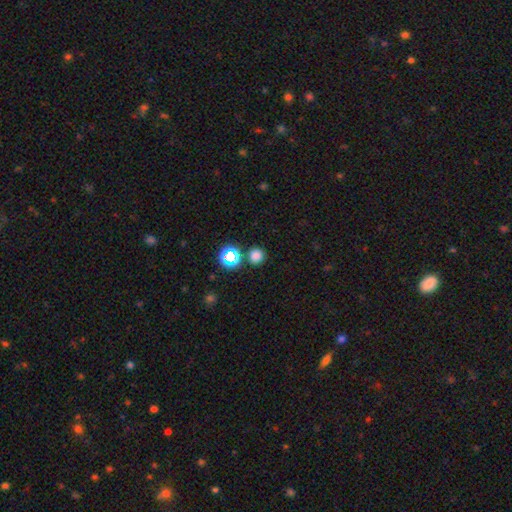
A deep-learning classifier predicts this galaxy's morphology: A smooth galaxy with no disk features (74%) that is round (92%). Merging: none (83%).